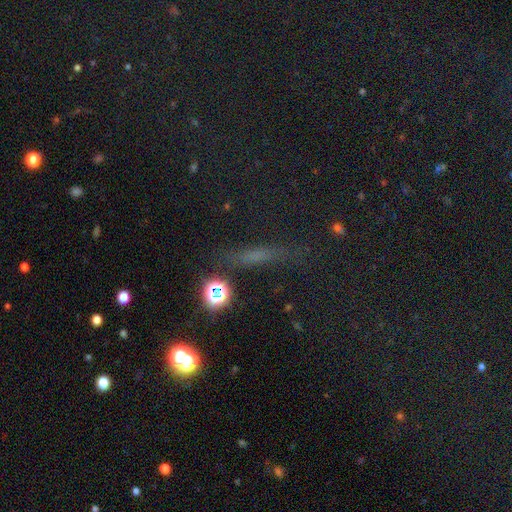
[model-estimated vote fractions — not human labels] This appears to be a smooth galaxy with no disk features (40%). Merging: none (79%).